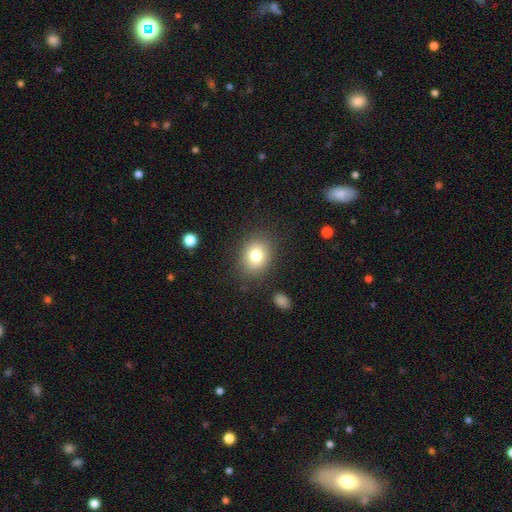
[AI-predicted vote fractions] smooth_or_featured: smooth (p=0.78) [alt: star or artifact p=0.11]
how_rounded: round (p=0.58) [alt: in between p=0.42]
merging: none (p=0.85) [alt: minor disturbance p=0.10]